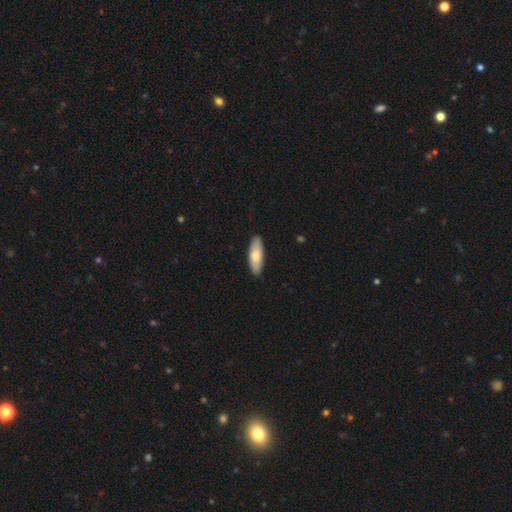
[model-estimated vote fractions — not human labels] Smooth or featured: smooth — 75% (featured or disk — 20%)
How rounded: in between — 64% (cigar-shaped — 34%)
Merging: none — 90% (minor disturbance — 8%)